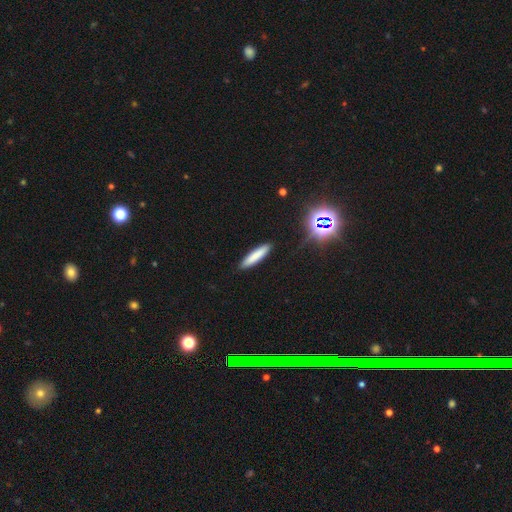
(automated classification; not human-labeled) smooth 80%, featured or disk 11%, star or artifact 9%. Down the decision tree: how rounded — cigar-shaped (85%); merging — none (89%).